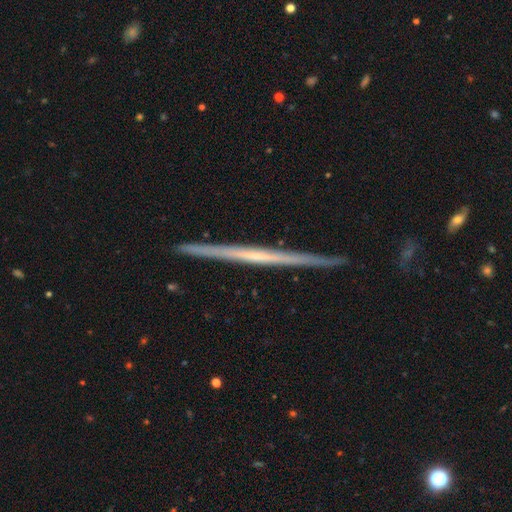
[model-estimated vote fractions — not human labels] Q: Smooth or featured?
A: featured or disk (75%); runner-up: smooth (20%)
Q: Edge-on disk?
A: yes (98%); runner-up: no (2%)
Q: Edge-on bulge?
A: none (78%); runner-up: rounded (16%)
Q: Merging?
A: none (90%); runner-up: minor disturbance (8%)